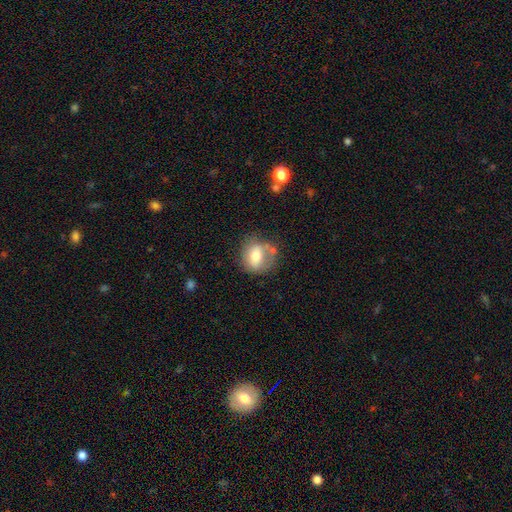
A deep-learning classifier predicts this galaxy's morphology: Smooth or featured? smooth (65%)
How rounded? round (65%)
Merging? none (55%)